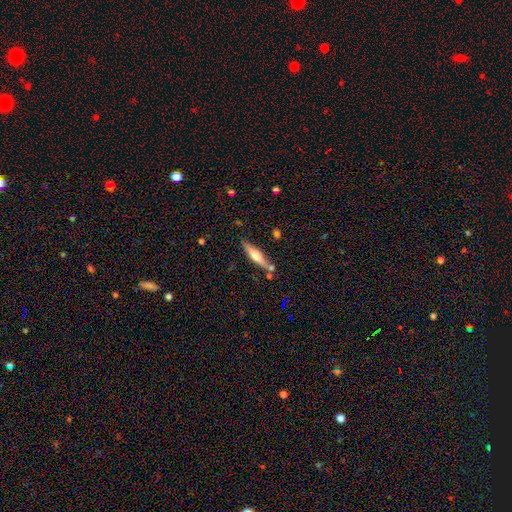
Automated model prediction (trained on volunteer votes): Smooth or featured?
  - featured or disk: 51% *
  - smooth: 42%
  - star or artifact: 6%
Edge-on disk?
  - yes: 94% *
  - no: 6%
Merging?
  - none: 76% *
  - minor disturbance: 13%
  - merger: 8%
  - major disturbance: 3%